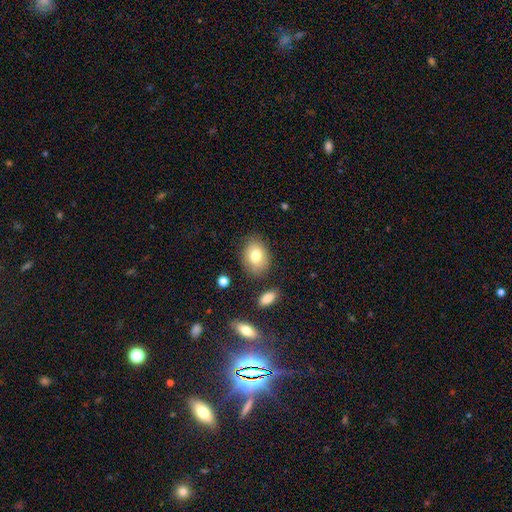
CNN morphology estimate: type=smooth (78%); roundness=in between (70%); merging=none (79%).